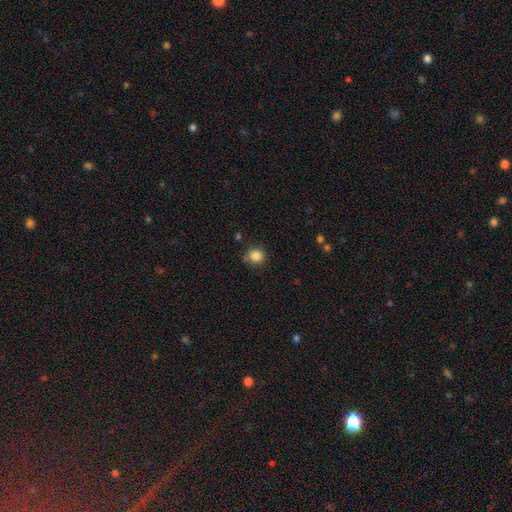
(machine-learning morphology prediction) This appears to be a smooth galaxy with no disk features (85%) that is round (88%). Merging: none (79%).